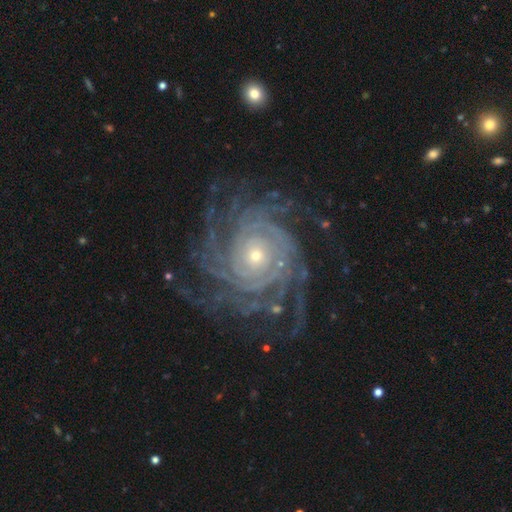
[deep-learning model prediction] Morphology: type=featured or disk (92%); edge-on=no (97%); bar=no (76%); spiral arms=yes (98%); winding=tight (80%); arm count=more than 4 (39%); bulge=small (65%); merging=none (78%).